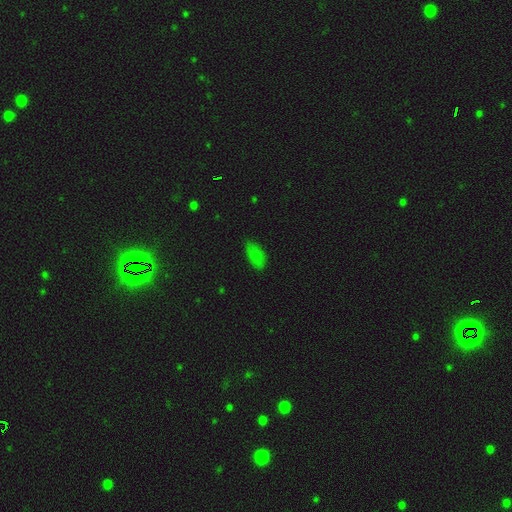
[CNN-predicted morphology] This appears to be a smooth galaxy with no disk features (77%) that is in between round and cigar-shaped (92%). Merging: none (72%).